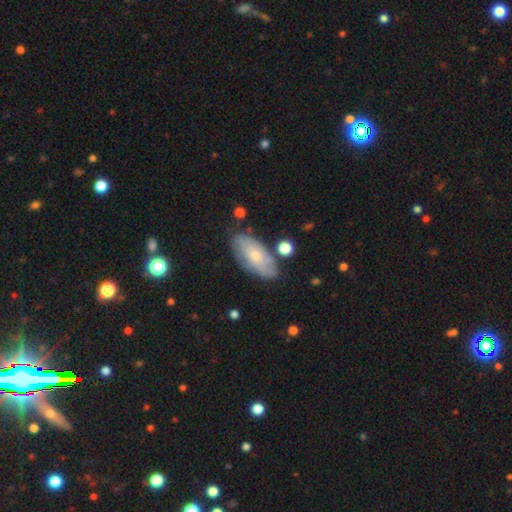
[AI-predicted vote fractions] smooth-or-featured: smooth: 52% | featured or disk: 42% | star or artifact: 6%
  how-rounded: in between: 88% | cigar-shaped: 9% | round: 3%
  merging: none: 71% | minor disturbance: 19% | merger: 5% | major disturbance: 5%